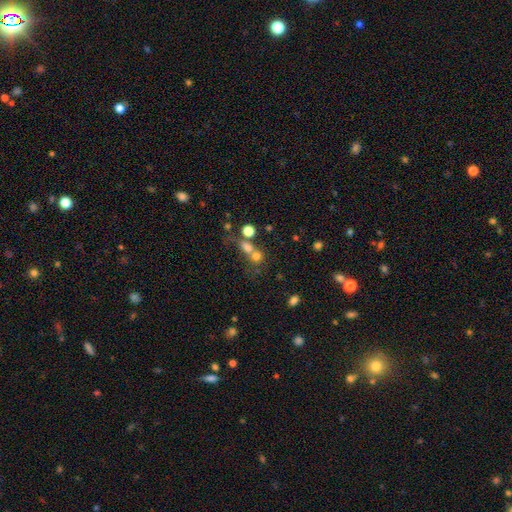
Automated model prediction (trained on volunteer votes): Smooth or featured: smooth — 68% (star or artifact — 18%)
How rounded: round — 76% (in between — 22%)
Merging: merger — 48% (none — 36%)